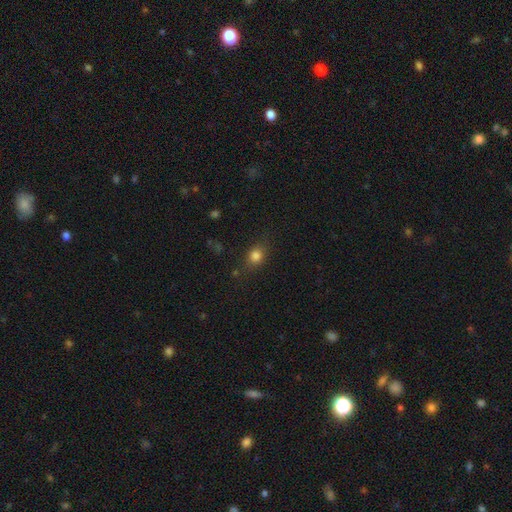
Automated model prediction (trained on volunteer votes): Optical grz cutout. It shows a smooth galaxy with no disk features (80%) that is round (58%). Merging: none (77%).